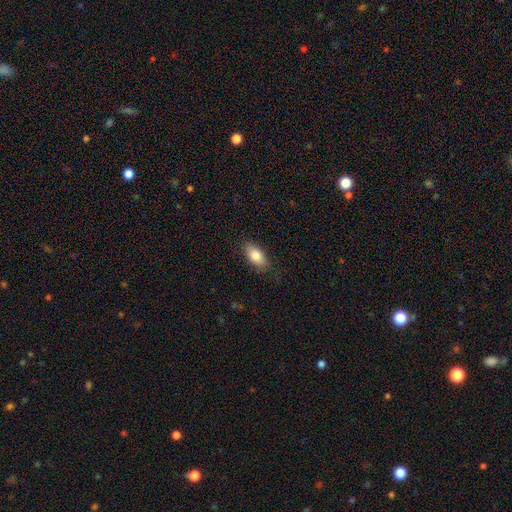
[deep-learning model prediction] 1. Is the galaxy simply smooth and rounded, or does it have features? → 80% smooth, 14% featured or disk, 7% star or artifact.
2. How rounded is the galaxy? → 88% in between, 8% cigar-shaped, 5% round.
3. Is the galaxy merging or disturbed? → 83% none, 14% minor disturbance, 3% major disturbance, 1% merger.